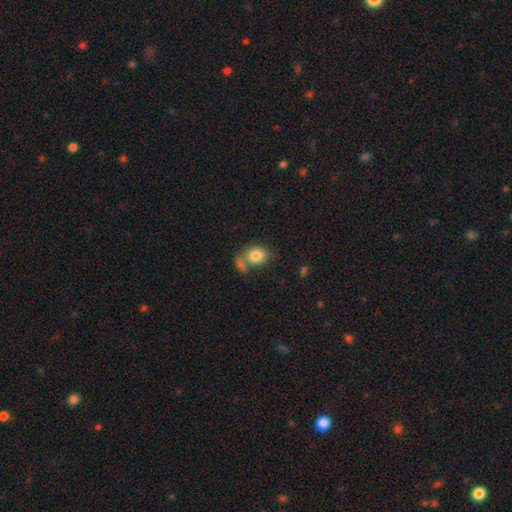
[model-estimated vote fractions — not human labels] Smooth or featured? Predicted: smooth (p=0.84). How rounded? Predicted: round (p=0.52). Merging? Predicted: none (p=0.46).